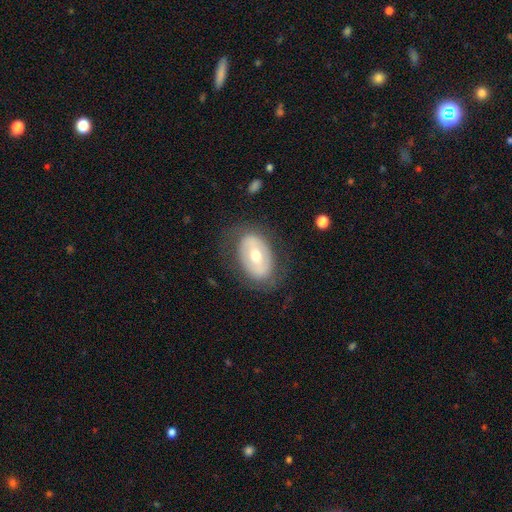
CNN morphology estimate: type=featured or disk (53%); edge-on=no (91%); merging=none (75%).